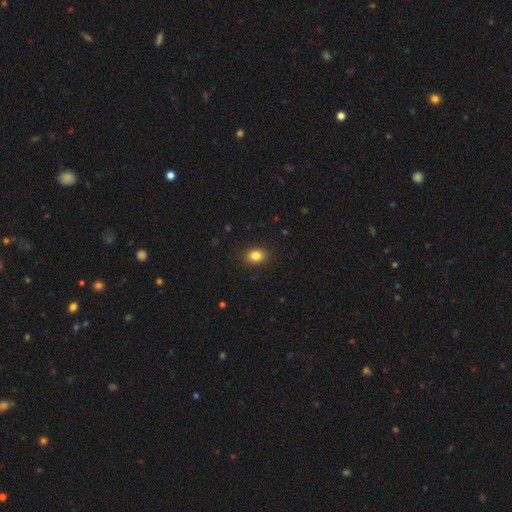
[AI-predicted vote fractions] Smooth or featured? Predicted: smooth (p=0.84). How rounded? Predicted: in between (p=0.58). Merging? Predicted: none (p=0.89).